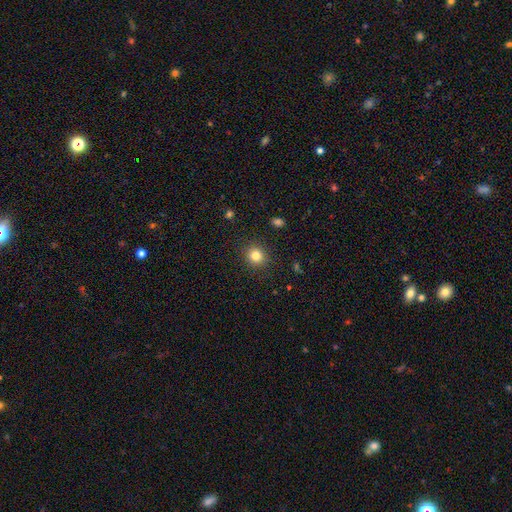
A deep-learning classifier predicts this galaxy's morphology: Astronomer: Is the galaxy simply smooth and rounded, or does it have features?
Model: smooth — 82%.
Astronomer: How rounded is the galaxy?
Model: round — 87%.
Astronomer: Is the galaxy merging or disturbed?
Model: none — 90%.